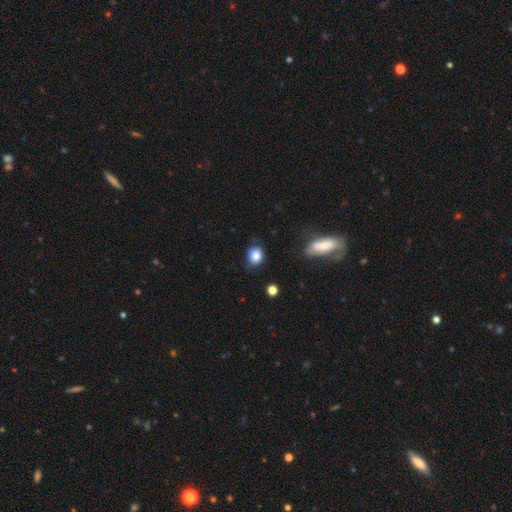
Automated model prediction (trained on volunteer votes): Q: Smooth or featured?
A: smooth (83%); runner-up: star or artifact (9%)
Q: How rounded?
A: round (60%); runner-up: in between (39%)
Q: Merging?
A: none (69%); runner-up: minor disturbance (23%)